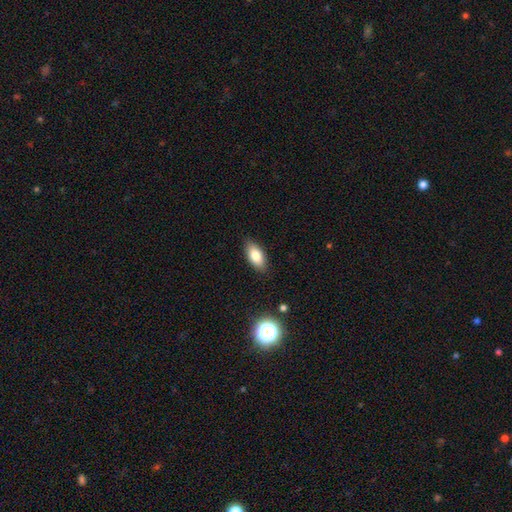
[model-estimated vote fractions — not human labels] Smooth or featured? Predicted: smooth (p=0.82). How rounded? Predicted: in between (p=0.89). Merging? Predicted: none (p=0.86).